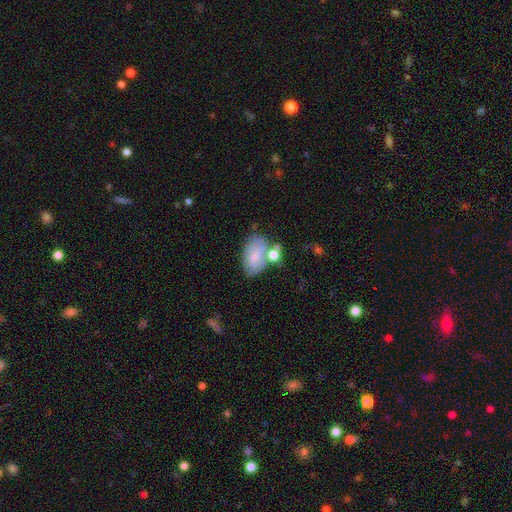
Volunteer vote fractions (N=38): smooth-or-featured: smooth: 68% | featured or disk: 24% | star or artifact: 8%
  how-rounded: in between: 88% | round: 12% | cigar-shaped: 0%
  merging: merger: 43% | none: 26% | minor disturbance: 26% | major disturbance: 6%